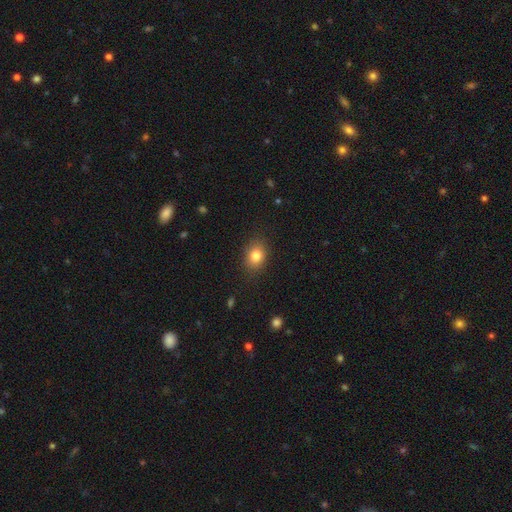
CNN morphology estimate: Smooth or featured? smooth (82%)
How rounded? in between (58%)
Merging? none (85%)